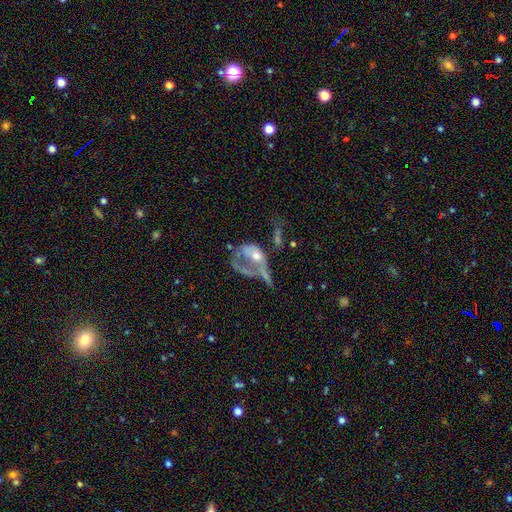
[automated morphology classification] Smooth or featured: featured or disk — 59% (smooth — 32%)
Edge-on disk: no — 95% (yes — 5%)
Bar: no — 83% (weak — 13%)
Spiral arms: no — 74% (yes — 26%)
Bulge size: moderate — 52% (small — 32%)
Merging: major disturbance — 51% (merger — 24%)